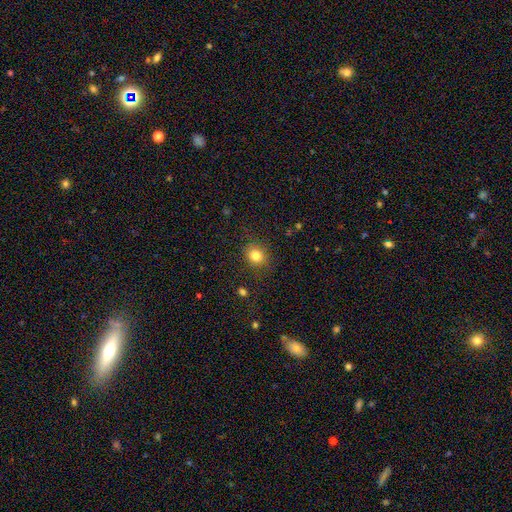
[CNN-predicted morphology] Smooth or featured?
  - smooth: 81% *
  - star or artifact: 12%
  - featured or disk: 7%
How rounded?
  - round: 70% *
  - in between: 29%
  - cigar-shaped: 1%
Merging?
  - none: 86% *
  - minor disturbance: 10%
  - major disturbance: 3%
  - merger: 1%